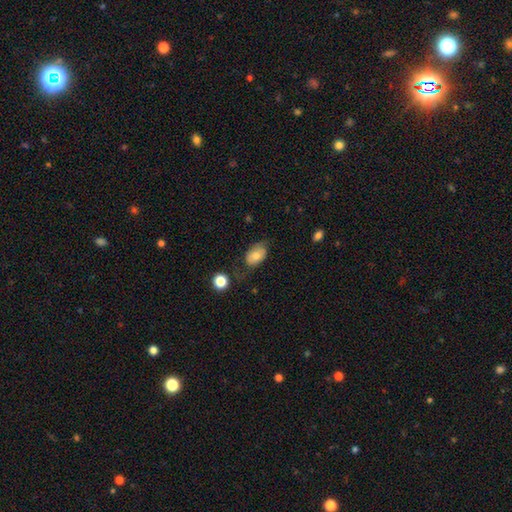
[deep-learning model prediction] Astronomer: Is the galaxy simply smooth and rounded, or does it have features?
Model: smooth — 75%.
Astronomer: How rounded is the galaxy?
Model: in between — 89%.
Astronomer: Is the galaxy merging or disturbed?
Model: none — 55%.